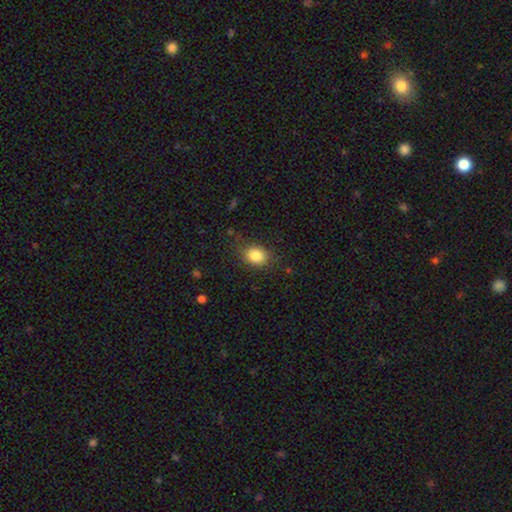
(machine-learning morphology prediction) smooth-or-featured: smooth: 84% | star or artifact: 10% | featured or disk: 6%
  how-rounded: round: 51% | in between: 48% | cigar-shaped: 1%
  merging: none: 82% | minor disturbance: 13% | major disturbance: 4% | merger: 1%